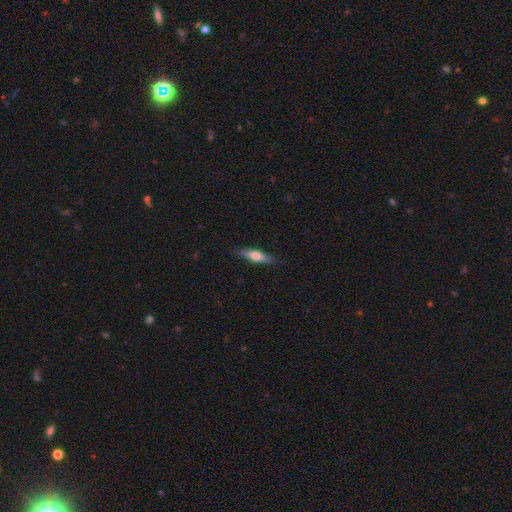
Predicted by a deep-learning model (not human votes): smooth_or_featured: smooth (p=0.57) [alt: featured or disk p=0.37]
how_rounded: cigar-shaped (p=0.67) [alt: in between p=0.30]
merging: none (p=0.86) [alt: minor disturbance p=0.10]